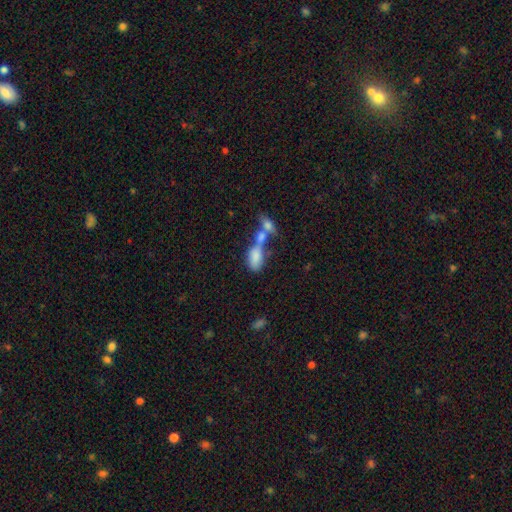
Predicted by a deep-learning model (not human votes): smooth-or-featured: smooth: 75% | featured or disk: 16% | star or artifact: 9%
  how-rounded: in between: 85% | cigar-shaped: 10% | round: 5%
  merging: merger: 60% | none: 20% | major disturbance: 10% | minor disturbance: 10%